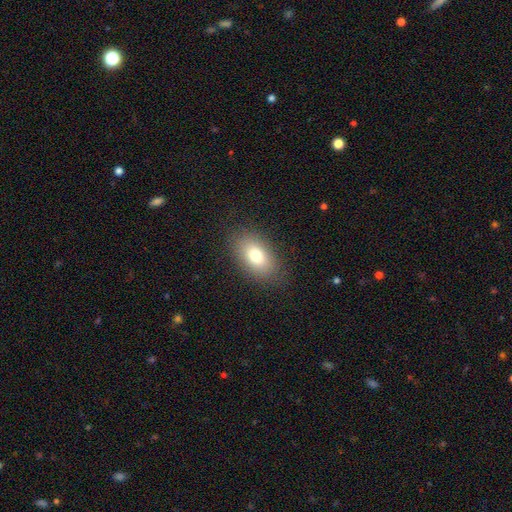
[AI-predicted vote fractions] Smooth or featured? smooth (78%)
How rounded? in between (89%)
Merging? none (85%)